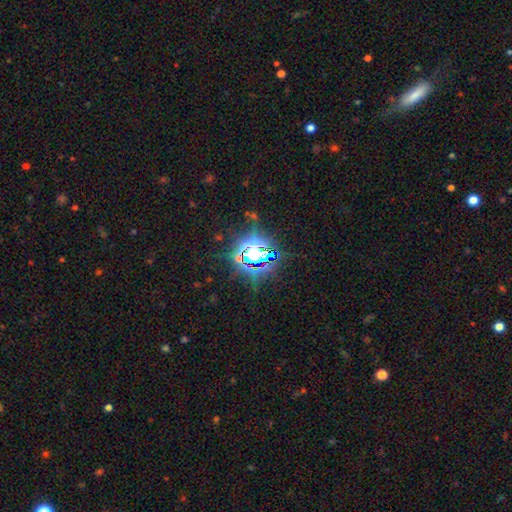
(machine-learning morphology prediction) smooth_or_featured: star or artifact (p=0.77) [alt: smooth p=0.14]